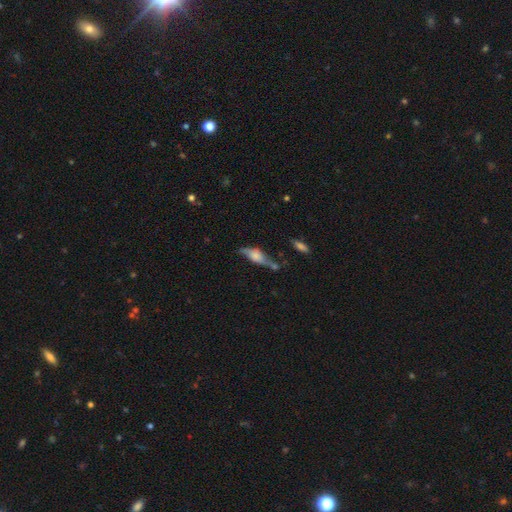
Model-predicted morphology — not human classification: Smooth or featured: featured or disk — 55% (smooth — 37%)
Edge-on disk: yes — 76% (no — 24%)
Merging: none — 45% (minor disturbance — 26%)